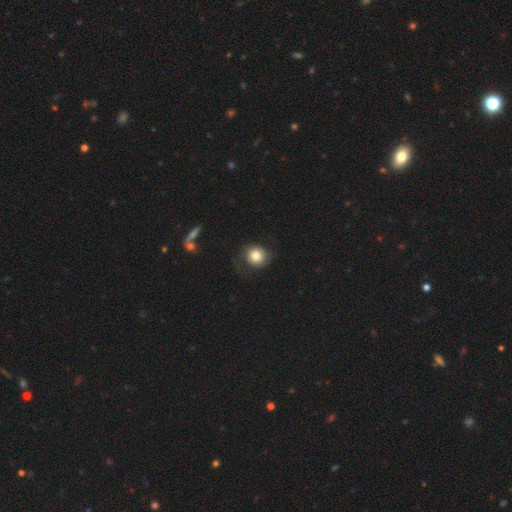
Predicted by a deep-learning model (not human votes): Overall: smooth (74%). How rounded: round (84%). Merging: none (67%).